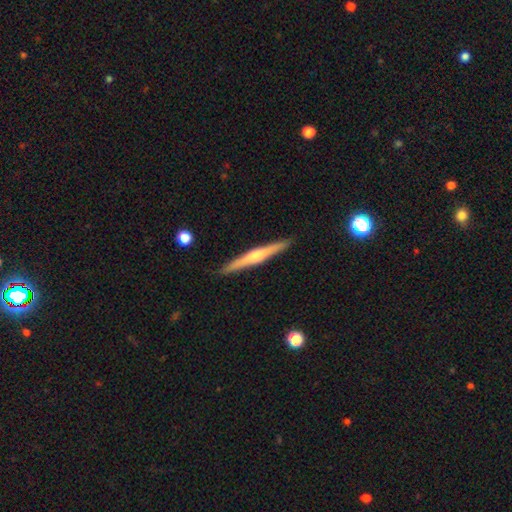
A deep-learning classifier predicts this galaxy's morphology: Smooth or featured? Predicted: featured or disk (p=0.64). Edge-on disk? Predicted: yes (p=0.98). Edge-on bulge? Predicted: rounded (p=0.72). Merging? Predicted: none (p=0.91).